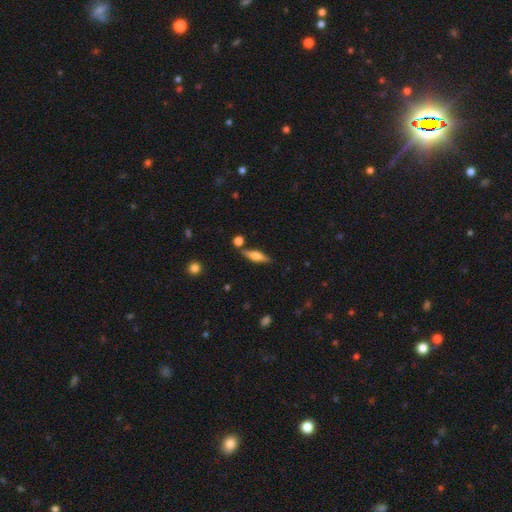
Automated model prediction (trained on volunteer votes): smooth_or_featured: featured or disk (p=0.53) [alt: smooth p=0.40]
disk_edge_on: yes (p=0.94) [alt: no p=0.06]
merging: none (p=0.78) [alt: minor disturbance p=0.11]